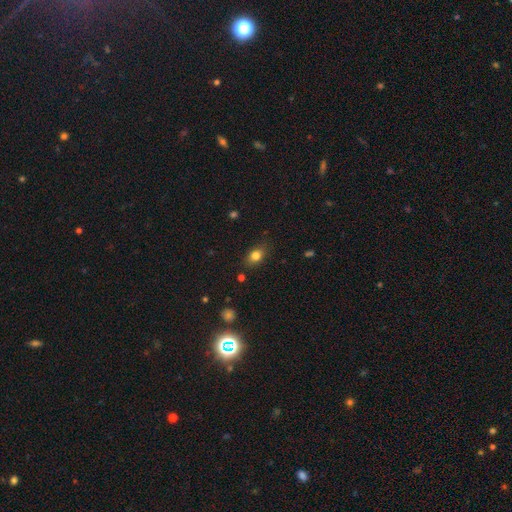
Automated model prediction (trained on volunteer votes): Morphology: type=smooth (81%); roundness=in between (70%); merging=none (81%).